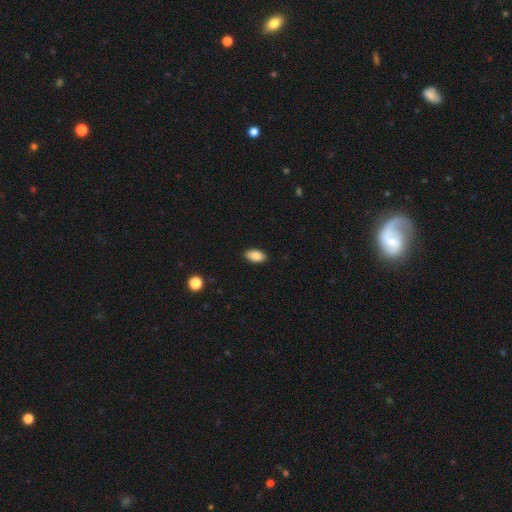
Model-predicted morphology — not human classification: Smooth or featured? smooth (85%)
How rounded? in between (93%)
Merging? none (88%)